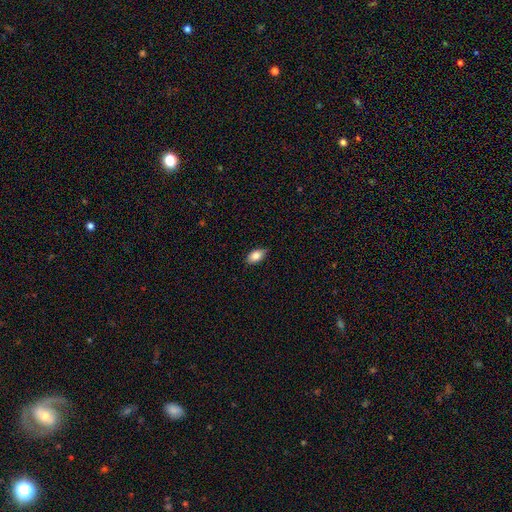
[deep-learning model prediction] smooth_or_featured: smooth (p=0.83) [alt: featured or disk p=0.10]
how_rounded: in between (p=0.91) [alt: round p=0.05]
merging: none (p=0.82) [alt: minor disturbance p=0.14]